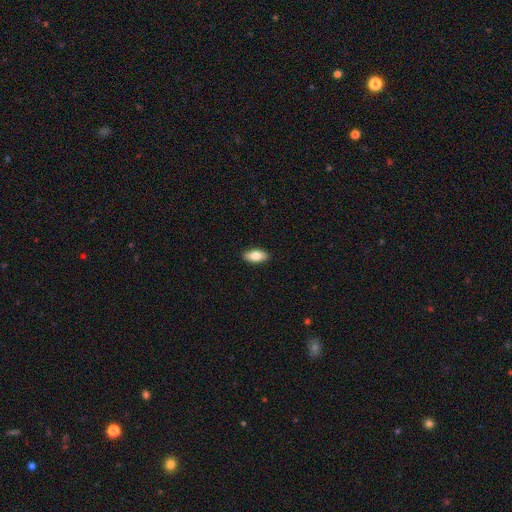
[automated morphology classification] smooth 80%, featured or disk 13%, star or artifact 6%. Down the decision tree: how rounded — in between (89%); merging — none (90%).